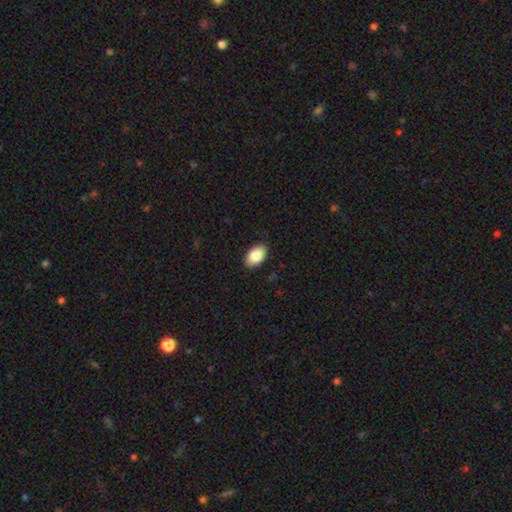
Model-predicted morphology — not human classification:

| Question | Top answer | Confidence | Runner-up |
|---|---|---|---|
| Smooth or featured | smooth | 85% | featured or disk (8%) |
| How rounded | in between | 92% | round (7%) |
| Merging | none | 87% | minor disturbance (10%) |